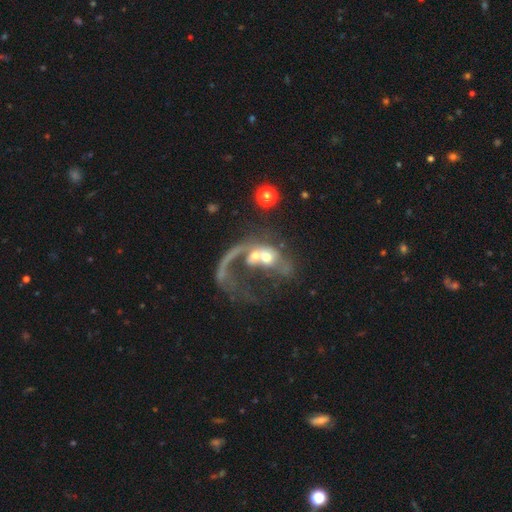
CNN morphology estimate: Smooth or featured?
  - featured or disk: 61% *
  - smooth: 28%
  - star or artifact: 11%
Edge-on disk?
  - no: 95% *
  - yes: 5%
Bar?
  - no: 73% *
  - weak: 20%
  - strong: 8%
Spiral arms?
  - yes: 53% *
  - no: 47%
Bulge size?
  - moderate: 54% *
  - small: 21%
  - large: 14%
  - none: 7%
  - dominant: 4%
Merging?
  - merger: 63% *
  - major disturbance: 23%
  - none: 9%
  - minor disturbance: 5%